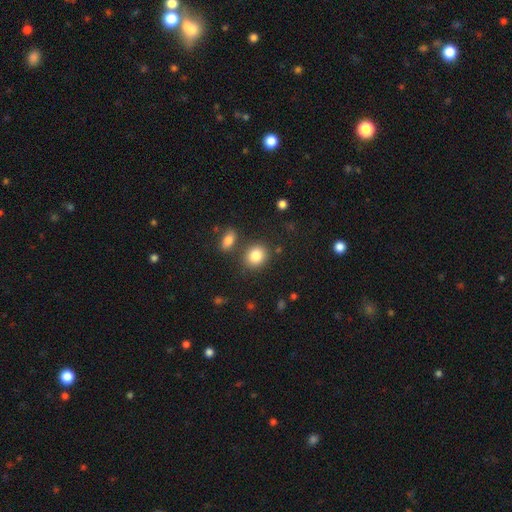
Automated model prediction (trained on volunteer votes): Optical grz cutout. It shows a smooth galaxy with no disk features (84%) that is round (67%). Merging: none (75%).